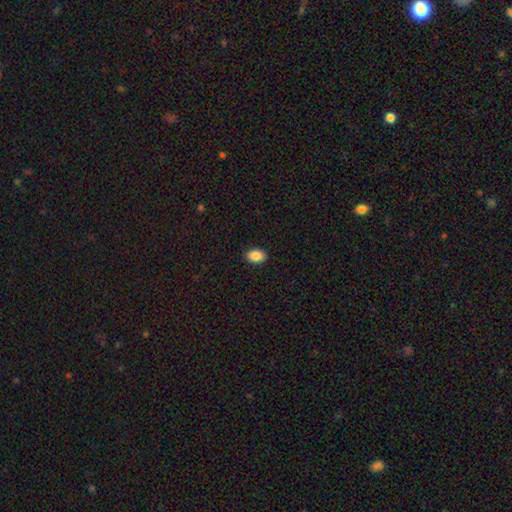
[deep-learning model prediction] This is clearly a smooth galaxy (89%). How rounded: clearly in between (84%). Merging: clearly none (90%).